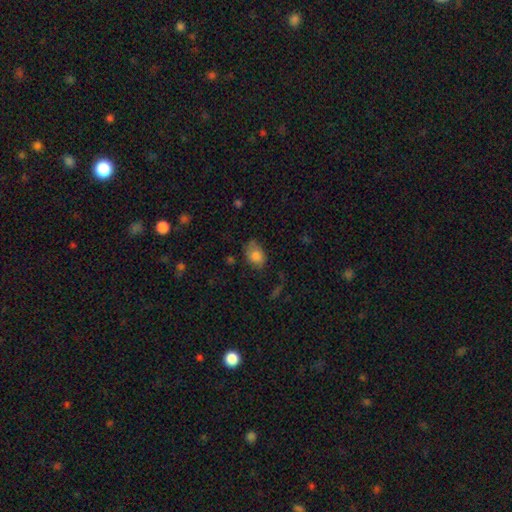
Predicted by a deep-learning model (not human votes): Smooth or featured? Predicted: smooth (p=0.79). How rounded? Predicted: in between (p=0.76). Merging? Predicted: none (p=0.63).